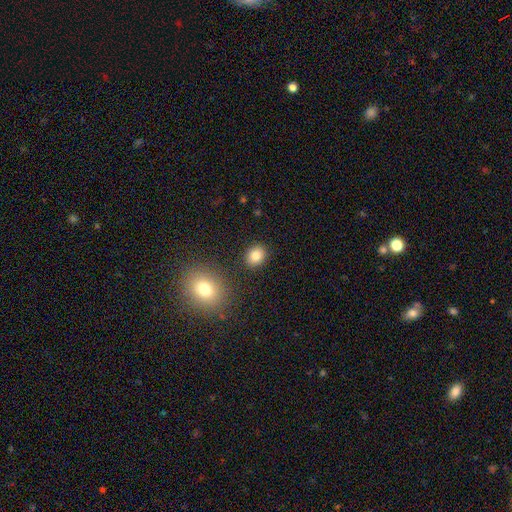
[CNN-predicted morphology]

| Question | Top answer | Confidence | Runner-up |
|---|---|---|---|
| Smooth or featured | smooth | 83% | star or artifact (10%) |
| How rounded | round | 57% | in between (43%) |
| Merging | none | 86% | minor disturbance (8%) |